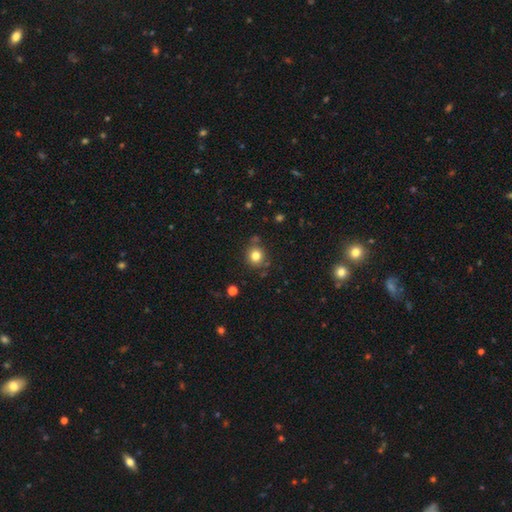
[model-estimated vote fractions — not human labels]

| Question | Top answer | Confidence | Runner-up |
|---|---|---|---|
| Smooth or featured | smooth | 80% | star or artifact (13%) |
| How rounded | round | 86% | in between (13%) |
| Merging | none | 80% | minor disturbance (11%) |